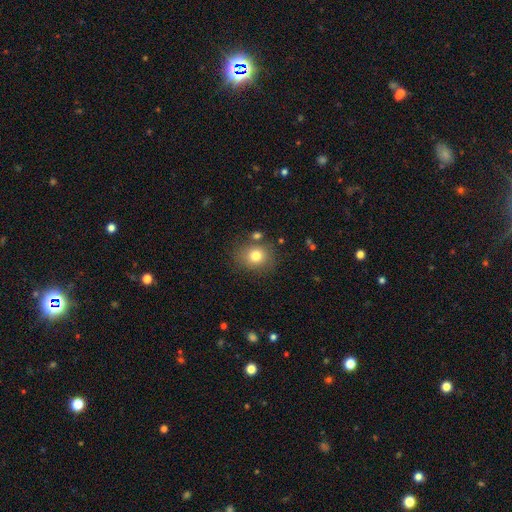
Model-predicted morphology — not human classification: Overall: smooth (78%). How rounded: round (70%). Merging: none (76%).